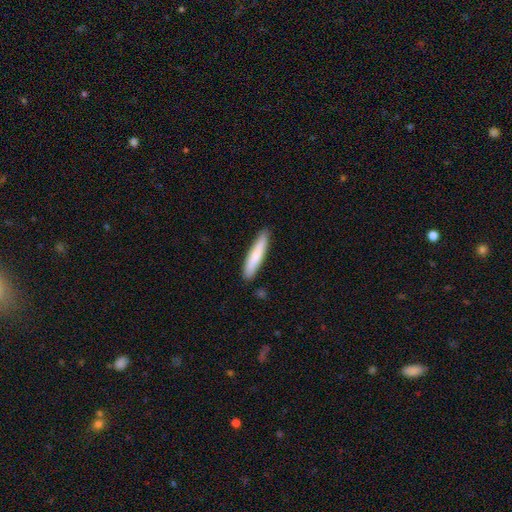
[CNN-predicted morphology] smooth_or_featured: smooth (p=0.77) [alt: featured or disk p=0.18]
how_rounded: cigar-shaped (p=0.90) [alt: in between p=0.09]
merging: none (p=0.88) [alt: minor disturbance p=0.09]